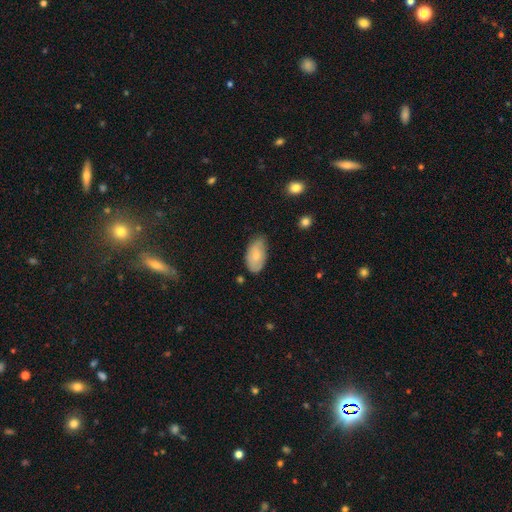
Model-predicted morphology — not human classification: smooth_or_featured: smooth (p=0.71) [alt: featured or disk p=0.23]
how_rounded: in between (p=0.94) [alt: round p=0.04]
merging: none (p=0.62) [alt: minor disturbance p=0.31]